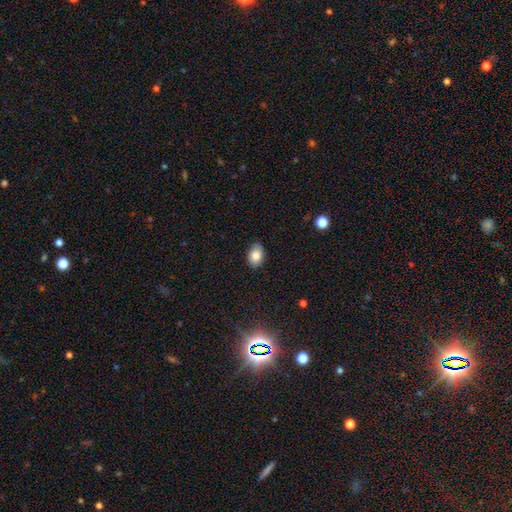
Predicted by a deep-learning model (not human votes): This appears to be a smooth galaxy with no disk features (83%) that is in between round and cigar-shaped (81%). Merging: none (84%).